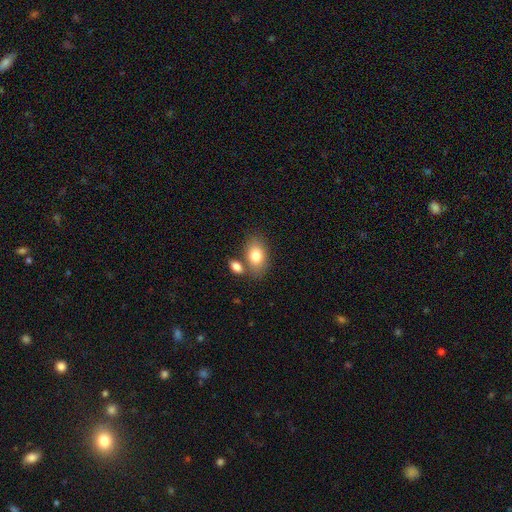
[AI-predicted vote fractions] Q: Smooth or featured?
A: smooth (81%); runner-up: featured or disk (12%)
Q: How rounded?
A: in between (87%); runner-up: round (11%)
Q: Merging?
A: none (62%); runner-up: merger (23%)